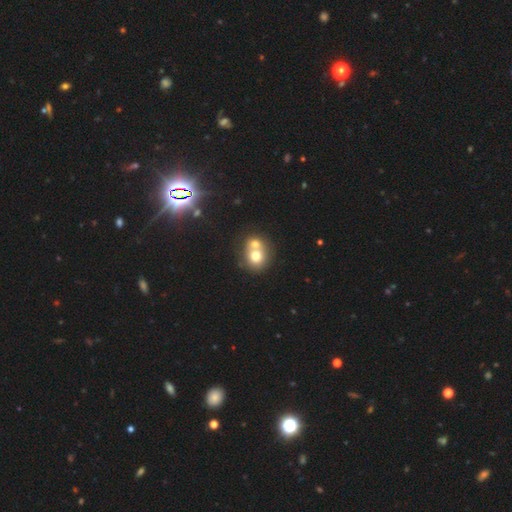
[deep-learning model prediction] Smooth or featured?
  - smooth: 68% *
  - featured or disk: 21%
  - star or artifact: 12%
How rounded?
  - round: 75% *
  - in between: 24%
  - cigar-shaped: 1%
Merging?
  - merger: 60% *
  - none: 31%
  - minor disturbance: 6%
  - major disturbance: 3%